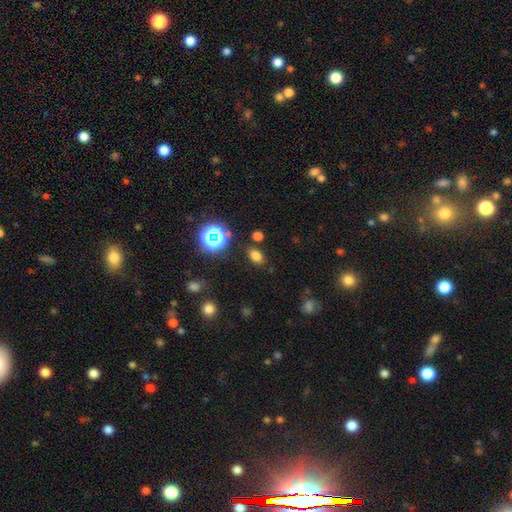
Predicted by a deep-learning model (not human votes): This is likely a smooth galaxy (72%). How rounded: clearly in between (81%). Merging: clearly none (83%).